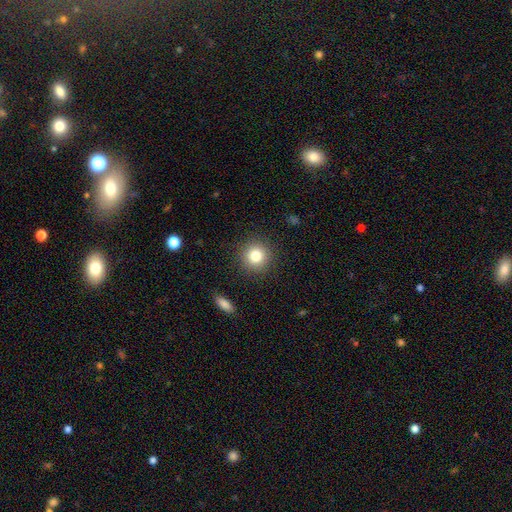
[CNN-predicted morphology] The model was most divided on "smooth or featured": smooth: 81%, star or artifact: 11%, featured or disk: 8%. More confident: how rounded — round (92%); merging — none (90%).